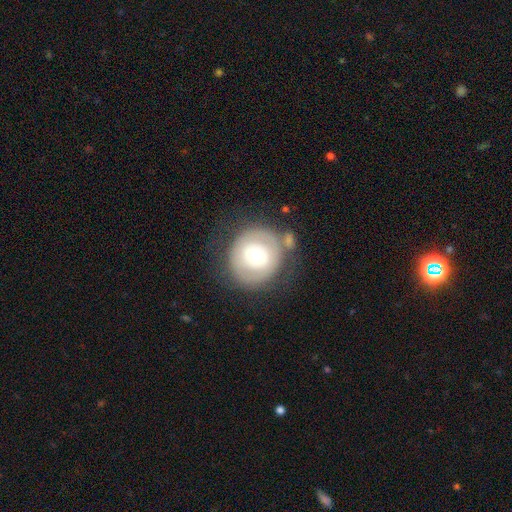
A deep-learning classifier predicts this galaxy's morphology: Overall: featured or disk (47%, tied with smooth). Merging: none (64%).